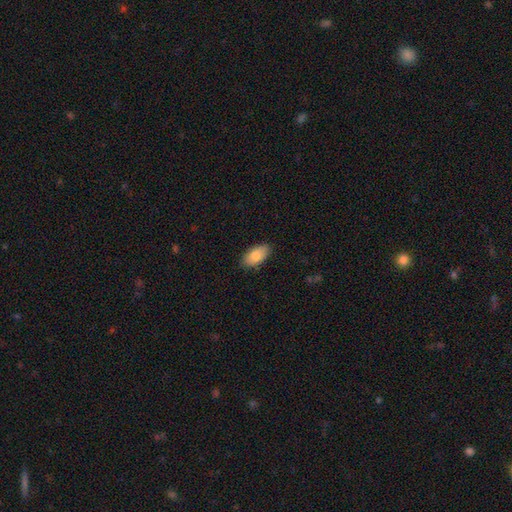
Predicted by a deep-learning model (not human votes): smooth_or_featured: smooth (p=0.82) [alt: featured or disk p=0.12]
how_rounded: in between (p=0.94) [alt: cigar-shaped p=0.03]
merging: none (p=0.86) [alt: minor disturbance p=0.11]